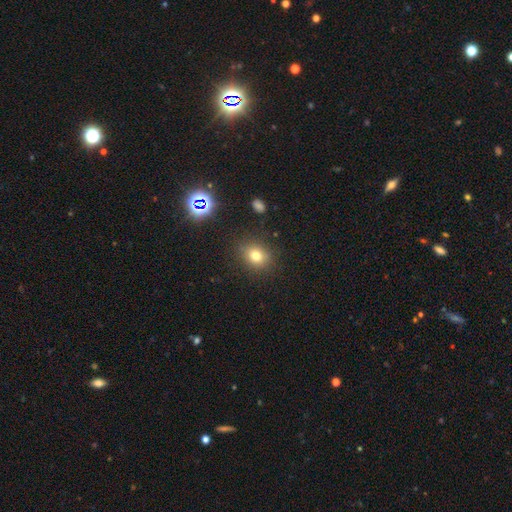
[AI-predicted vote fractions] Smooth or featured: smooth — 73% (star or artifact — 17%)
How rounded: round — 63% (in between — 36%)
Merging: none — 85% (minor disturbance — 10%)